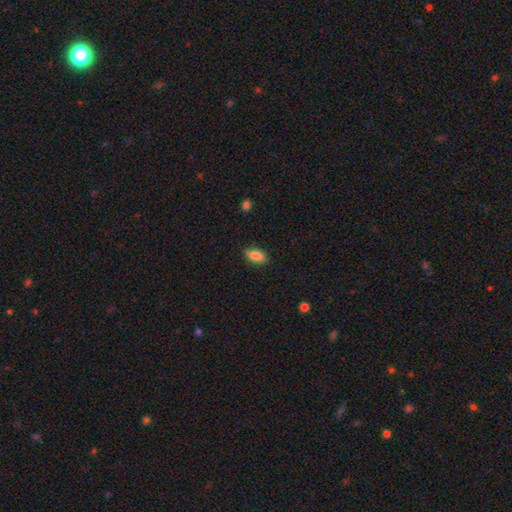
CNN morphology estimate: A smooth galaxy with no disk features (84%) that is in between round and cigar-shaped (89%). Merging: none (83%).